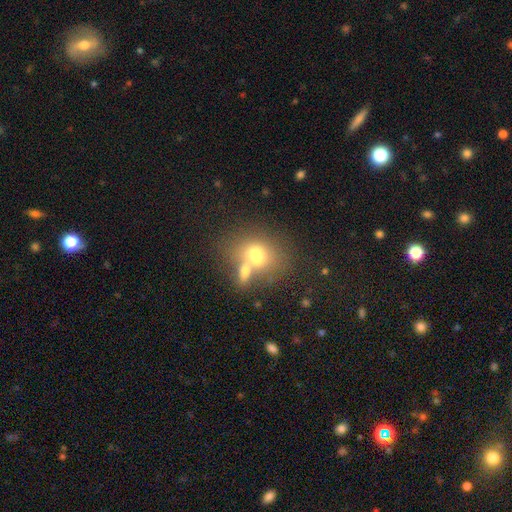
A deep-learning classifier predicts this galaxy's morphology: Overall: smooth (63%; featured or disk 25%). How rounded: in between (54%; round 44%). Merging: merger (56%; none 30%).